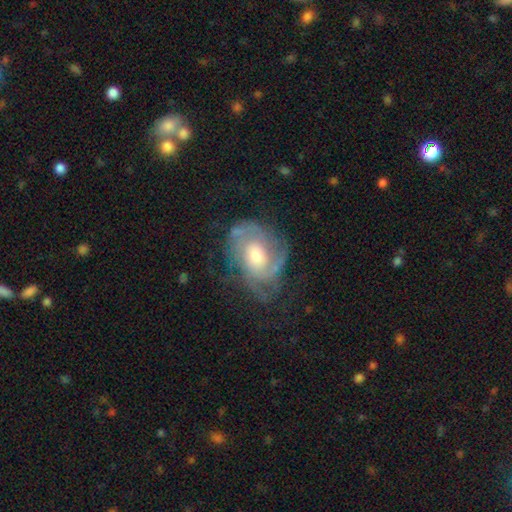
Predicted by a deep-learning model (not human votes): Morphology: type=featured or disk (83%); edge-on=no (97%); bar=no (69%); spiral arms=yes (93%); winding=tight (54%); arm count=2 (31%); bulge=moderate (64%); merging=none (63%).